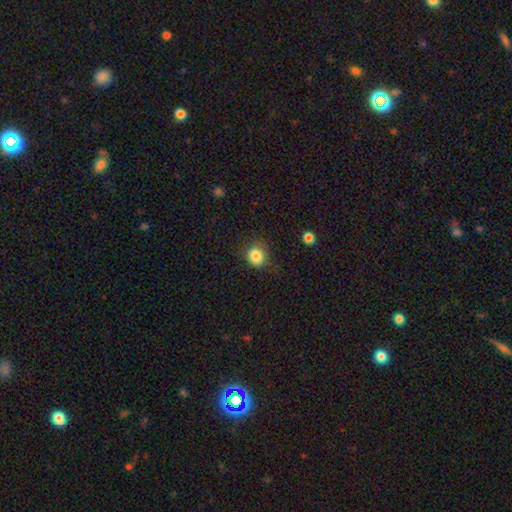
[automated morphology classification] Q: Smooth or featured?
A: smooth (85%); runner-up: star or artifact (11%)
Q: How rounded?
A: round (78%); runner-up: in between (21%)
Q: Merging?
A: none (77%); runner-up: minor disturbance (17%)